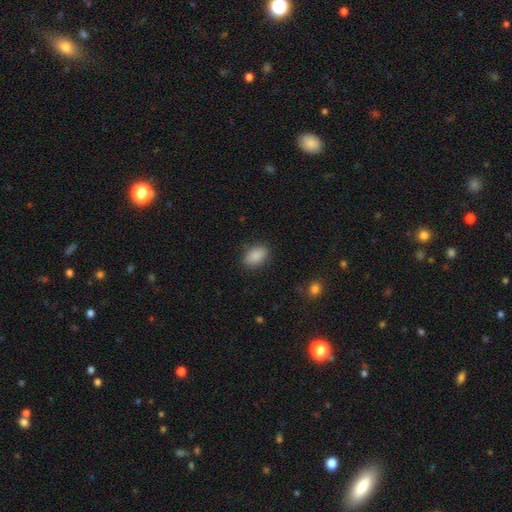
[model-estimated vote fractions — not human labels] A smooth galaxy with no disk features (89%) that is in between round and cigar-shaped (88%). Merging: none (86%).